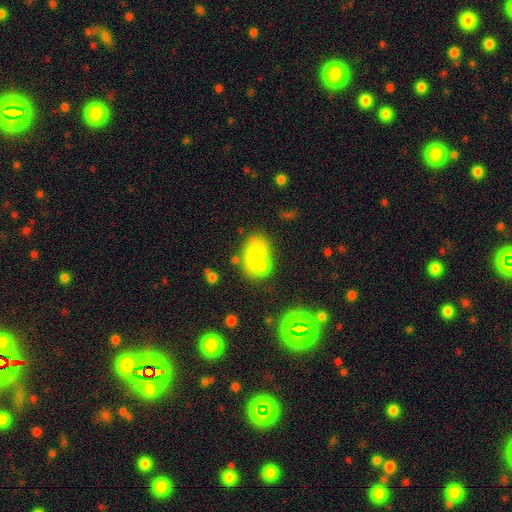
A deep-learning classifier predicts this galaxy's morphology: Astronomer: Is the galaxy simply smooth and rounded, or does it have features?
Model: smooth — 68%.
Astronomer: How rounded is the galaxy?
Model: in between — 73%.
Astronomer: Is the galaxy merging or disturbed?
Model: merger — 48% (runner-up: none, 37%).